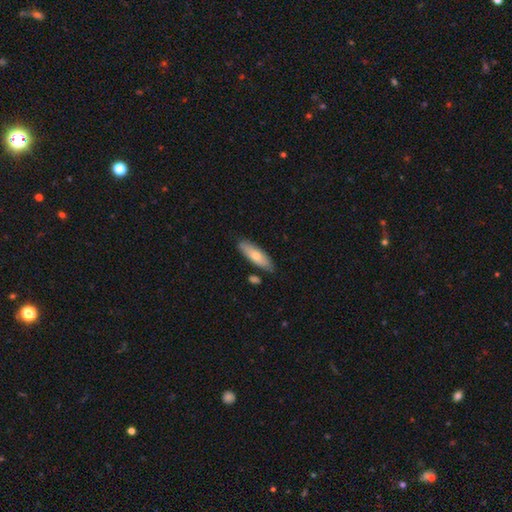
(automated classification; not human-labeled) Smooth or featured: smooth — 67% (featured or disk — 27%)
How rounded: cigar-shaped — 50% (in between — 48%)
Merging: none — 83% (minor disturbance — 11%)